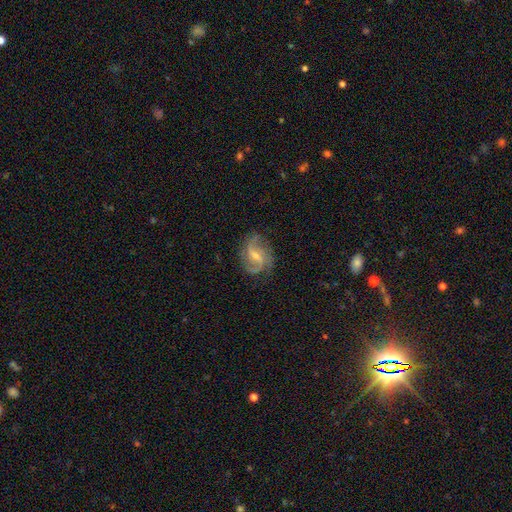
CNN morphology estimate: featured or disk 81%, smooth 12%, star or artifact 6%. Down the decision tree: edge-on disk — no (97%); bar — weak (56%); spiral arms — yes (95%); spiral arm count — 2 (67%); spiral winding — medium (44%); bulge size — small (53%); merging — none (70%).